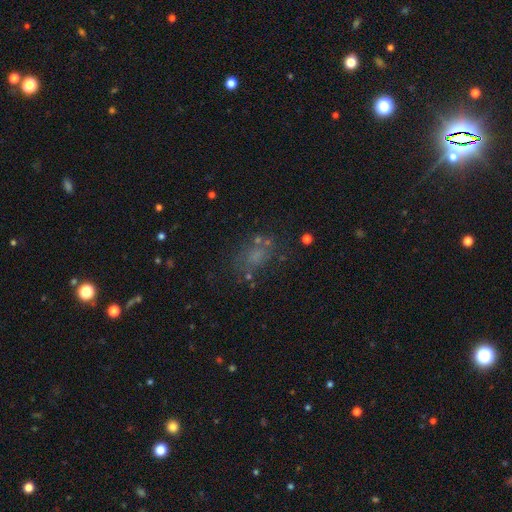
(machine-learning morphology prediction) Smooth or featured? smooth (56%)
How rounded? in between (66%)
Merging? none (61%)